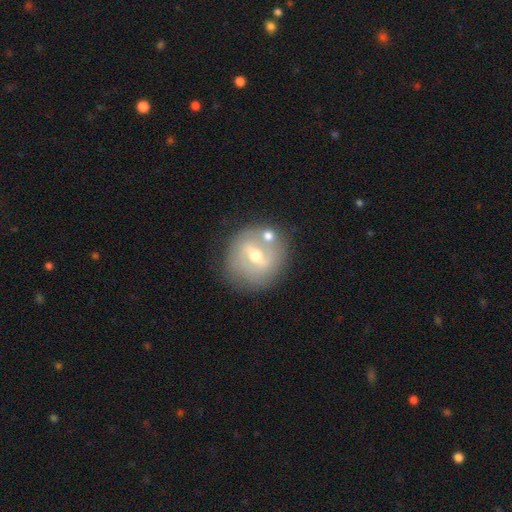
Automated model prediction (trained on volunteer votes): smooth_or_featured: featured or disk (p=0.64) [alt: smooth p=0.28]
disk_edge_on: no (p=0.94) [alt: yes p=0.06]
bar: weak (p=0.49) [alt: strong p=0.33]
has_spiral_arms: no (p=0.51) [alt: yes p=0.49]
bulge_size: moderate (p=0.69) [alt: small p=0.24]
merging: none (p=0.69) [alt: minor disturbance p=0.14]